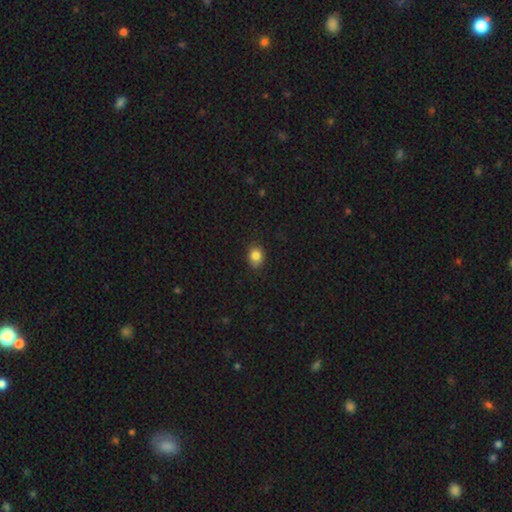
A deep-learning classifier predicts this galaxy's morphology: smooth-or-featured: smooth: 84% | star or artifact: 10% | featured or disk: 6%
  how-rounded: round: 58% | in between: 41% | cigar-shaped: 1%
  merging: none: 81% | minor disturbance: 15% | major disturbance: 3% | merger: 1%